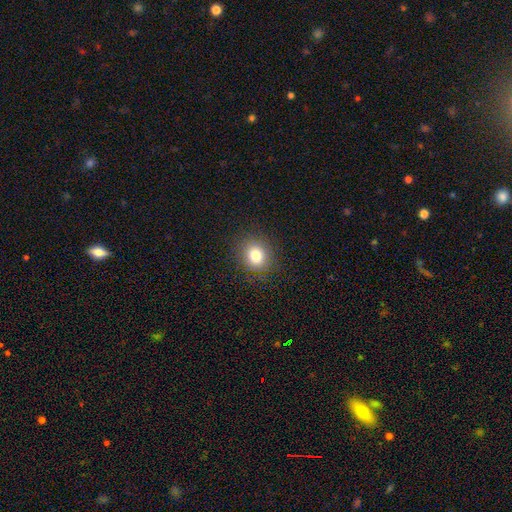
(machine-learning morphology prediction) Smooth or featured? Predicted: smooth (p=0.80). How rounded? Predicted: round (p=0.75). Merging? Predicted: none (p=0.88).